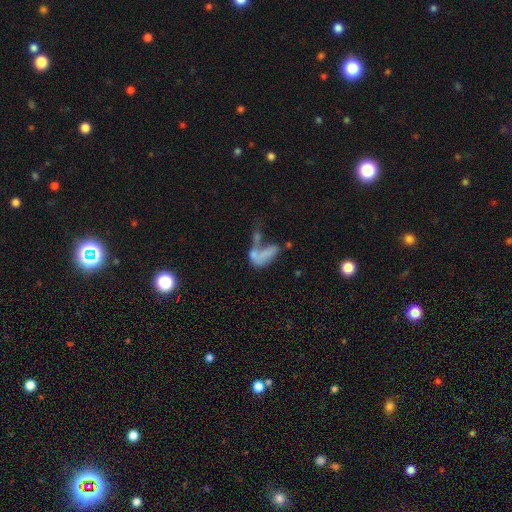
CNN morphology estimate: Smooth or featured? smooth (54%)
How rounded? in between (76%)
Merging? merger (44%)